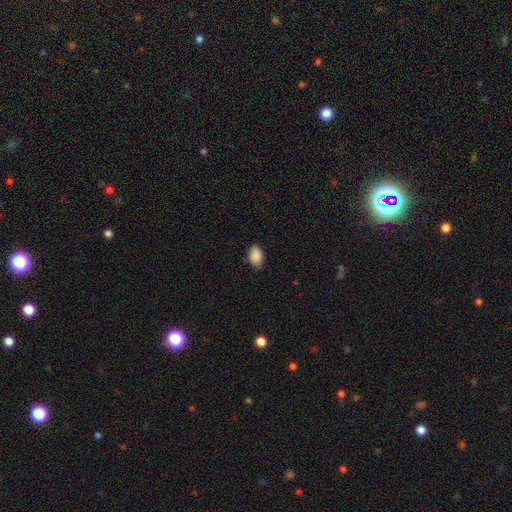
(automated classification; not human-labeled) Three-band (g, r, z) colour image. It shows a smooth galaxy with no disk features (89%) that is in between round and cigar-shaped (89%). Merging: none (80%).